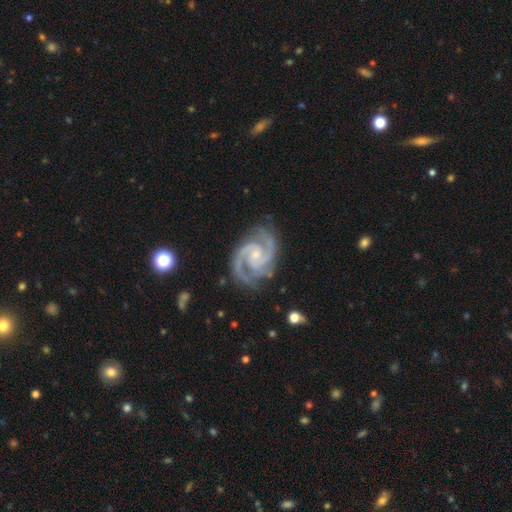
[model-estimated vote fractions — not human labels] The model was most divided on "spiral winding": medium: 54%, tight: 41%, loose: 5%. More confident: spiral arms — yes (99%); edge-on disk — no (98%); smooth or featured — featured or disk (94%); spiral arm count — 2 (82%); merging — none (78%); bulge size — small (70%); bar — no (55%).